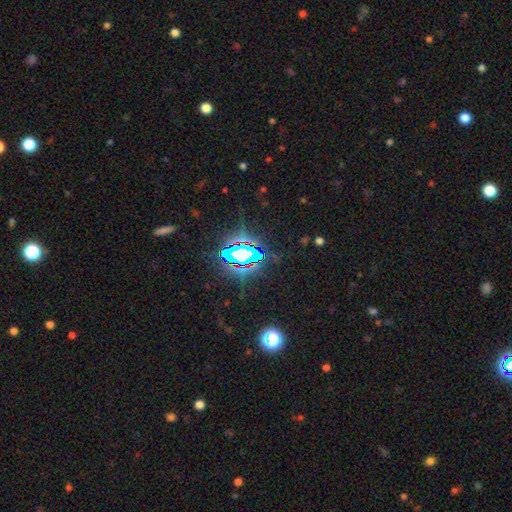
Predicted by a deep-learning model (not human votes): star or artifact 83%, smooth 10%, featured or disk 7%.